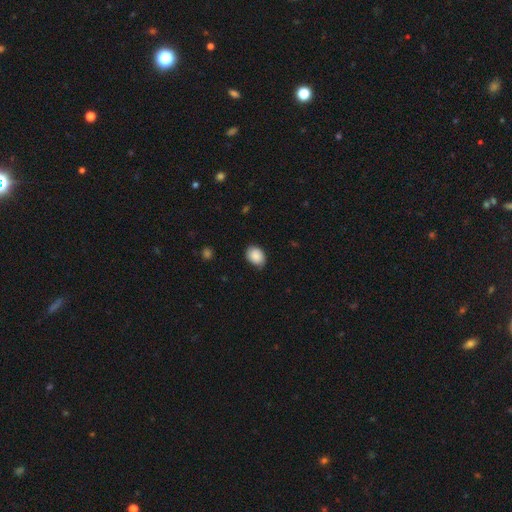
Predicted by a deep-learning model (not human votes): The model was most divided on "how rounded": in between: 64%, round: 35%, cigar-shaped: 1%. More confident: smooth or featured — smooth (87%); merging — none (76%).